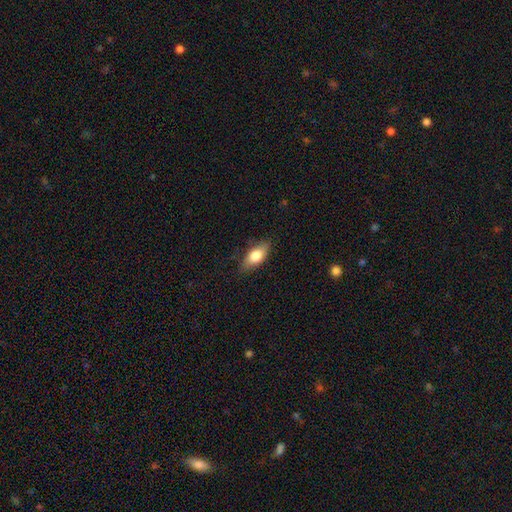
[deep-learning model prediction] smooth-or-featured: smooth: 72% | featured or disk: 21% | star or artifact: 7%
  how-rounded: in between: 82% | cigar-shaped: 13% | round: 5%
  merging: none: 80% | minor disturbance: 16% | major disturbance: 3% | merger: 1%